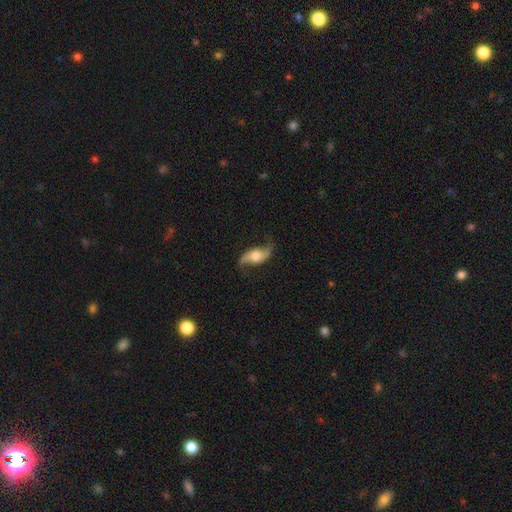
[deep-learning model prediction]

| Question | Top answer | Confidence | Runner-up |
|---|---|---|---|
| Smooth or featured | featured or disk | 78% | smooth (16%) |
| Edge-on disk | no | 89% | yes (11%) |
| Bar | no | 58% | weak (30%) |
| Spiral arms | yes | 94% | no (6%) |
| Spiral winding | loose | 85% | medium (11%) |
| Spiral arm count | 2 | 93% | 1 (2%) |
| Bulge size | moderate | 51% | large (24%) |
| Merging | none | 76% | minor disturbance (16%) |